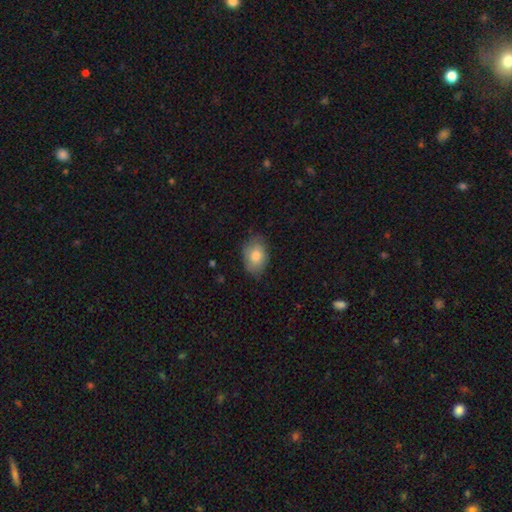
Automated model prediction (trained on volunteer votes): Smooth or featured? smooth (78%)
How rounded? in between (82%)
Merging? none (74%)